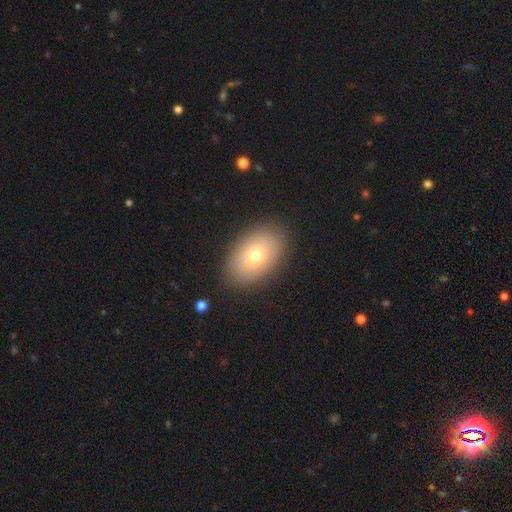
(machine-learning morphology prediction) Q: Smooth or featured?
A: smooth (70%); runner-up: featured or disk (21%)
Q: How rounded?
A: in between (88%); runner-up: round (11%)
Q: Merging?
A: none (86%); runner-up: minor disturbance (10%)